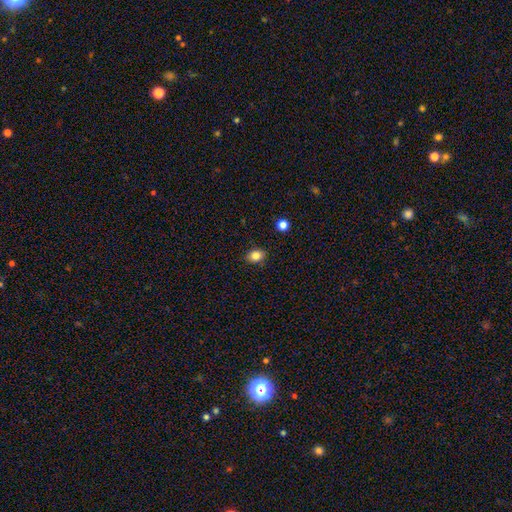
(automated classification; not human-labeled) This appears to be a smooth galaxy with no disk features (83%) that is round (52%). Merging: none (87%).